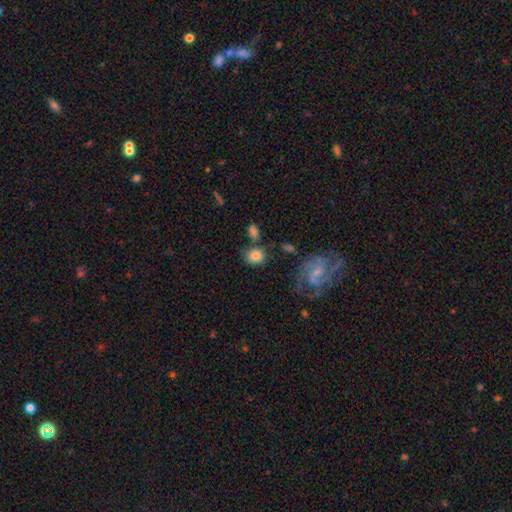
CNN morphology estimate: Smooth or featured? smooth (79%)
How rounded? round (64%)
Merging? none (63%)